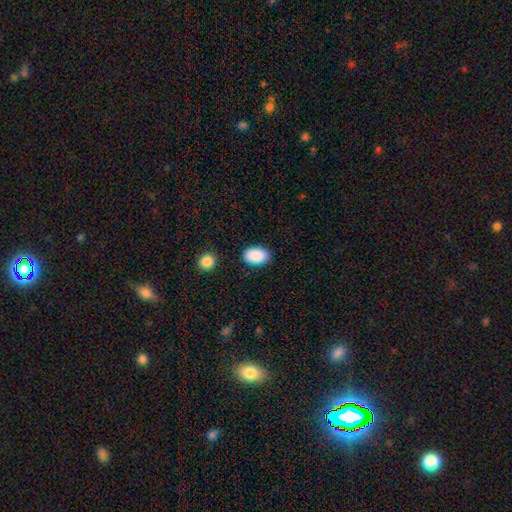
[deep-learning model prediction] Smooth or featured? Predicted: smooth (p=0.90). How rounded? Predicted: in between (p=0.90). Merging? Predicted: none (p=0.85).